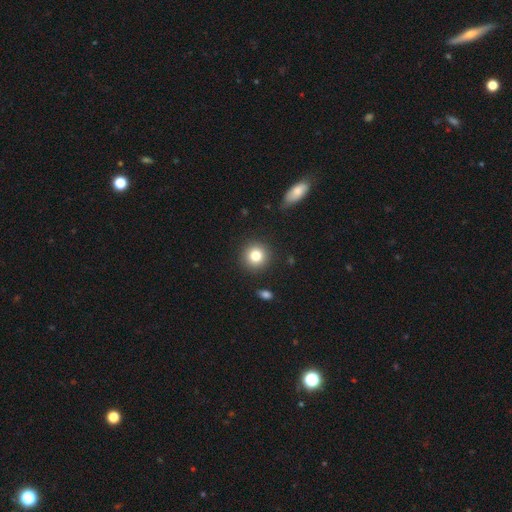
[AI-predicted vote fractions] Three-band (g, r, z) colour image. It shows a smooth galaxy with no disk features (81%) that is round (93%). Merging: none (89%).